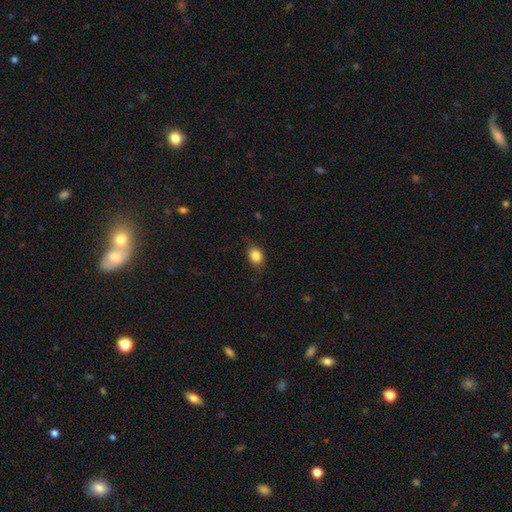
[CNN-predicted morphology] smooth-or-featured: smooth: 85% | star or artifact: 9% | featured or disk: 6%
  how-rounded: in between: 61% | round: 37% | cigar-shaped: 1%
  merging: none: 77% | minor disturbance: 17% | major disturbance: 4% | merger: 1%